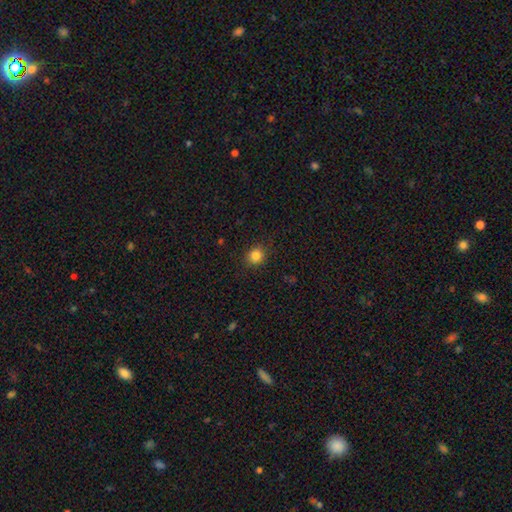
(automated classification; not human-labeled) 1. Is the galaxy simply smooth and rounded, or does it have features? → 84% smooth, 12% star or artifact, 4% featured or disk.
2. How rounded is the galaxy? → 82% round, 18% in between, 1% cigar-shaped.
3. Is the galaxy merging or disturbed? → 88% none, 8% minor disturbance, 2% major disturbance, 1% merger.